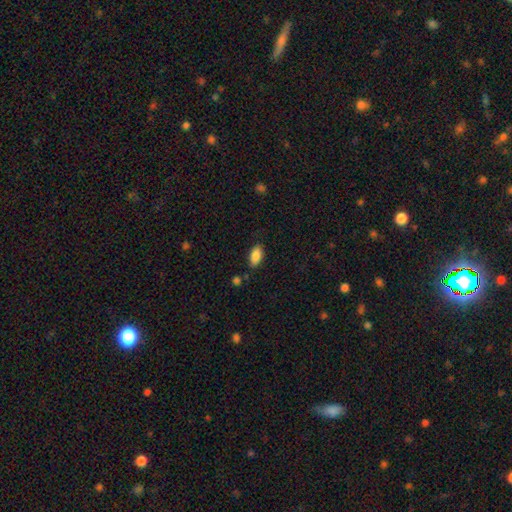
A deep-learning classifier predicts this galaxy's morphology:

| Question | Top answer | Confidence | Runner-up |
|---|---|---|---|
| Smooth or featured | smooth | 87% | star or artifact (7%) |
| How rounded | in between | 92% | cigar-shaped (5%) |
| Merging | none | 82% | minor disturbance (12%) |